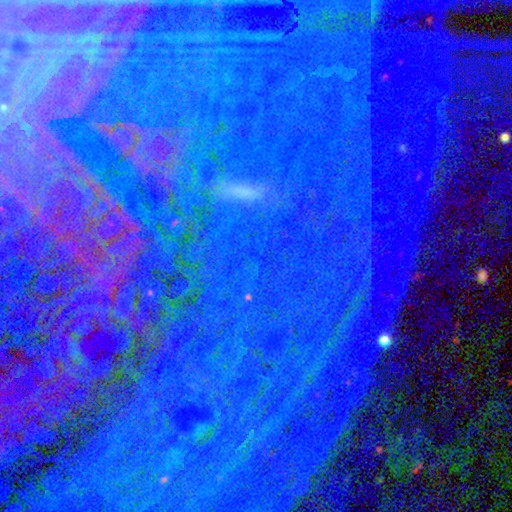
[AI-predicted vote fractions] smooth_or_featured: star or artifact (p=0.79) [alt: featured or disk p=0.12]